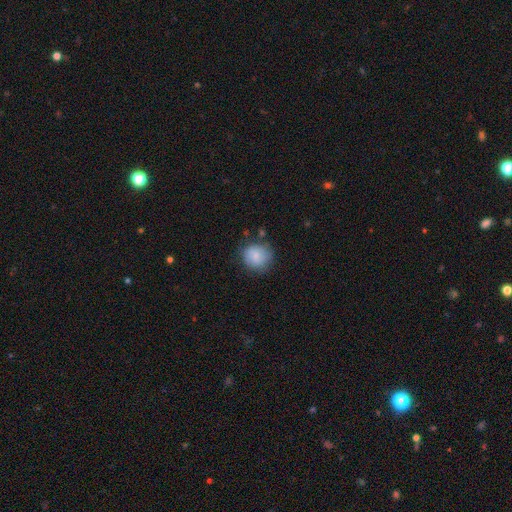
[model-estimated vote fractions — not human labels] Smooth or featured?
  - smooth: 80% *
  - featured or disk: 12%
  - star or artifact: 8%
How rounded?
  - round: 83% *
  - in between: 16%
  - cigar-shaped: 1%
Merging?
  - none: 73% *
  - minor disturbance: 18%
  - major disturbance: 5%
  - merger: 3%